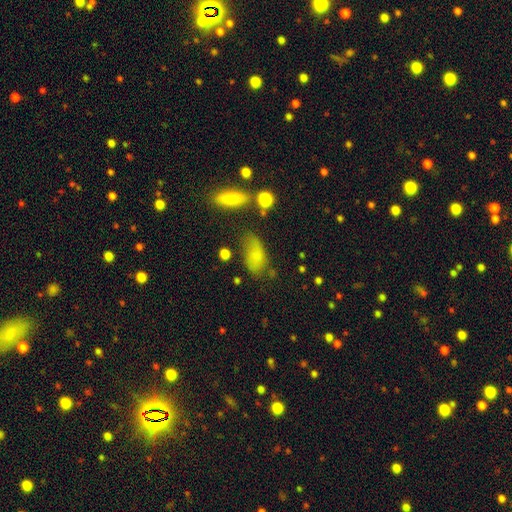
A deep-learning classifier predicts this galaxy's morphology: smooth_or_featured: smooth (p=0.74) [alt: featured or disk p=0.14]
how_rounded: in between (p=0.88) [alt: round p=0.07]
merging: none (p=0.49) [alt: minor disturbance p=0.29]